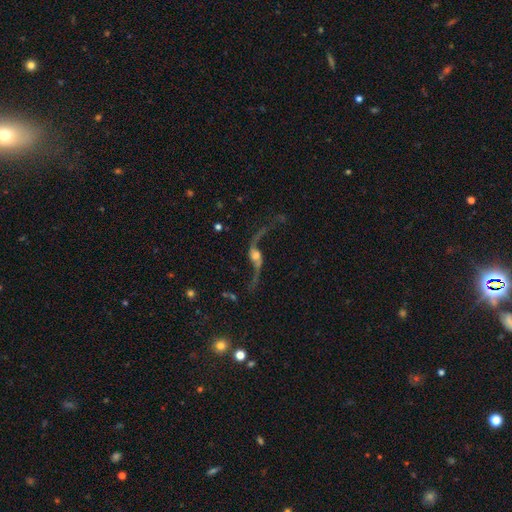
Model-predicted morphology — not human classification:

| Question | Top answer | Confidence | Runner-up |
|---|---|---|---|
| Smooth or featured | featured or disk | 88% | star or artifact (6%) |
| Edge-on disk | no | 89% | yes (11%) |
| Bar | no | 55% | weak (30%) |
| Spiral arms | yes | 95% | no (5%) |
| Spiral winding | loose | 96% | medium (3%) |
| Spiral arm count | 2 | 94% | 1 (2%) |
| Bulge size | moderate | 47% | small (23%) |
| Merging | none | 66% | major disturbance (15%) |